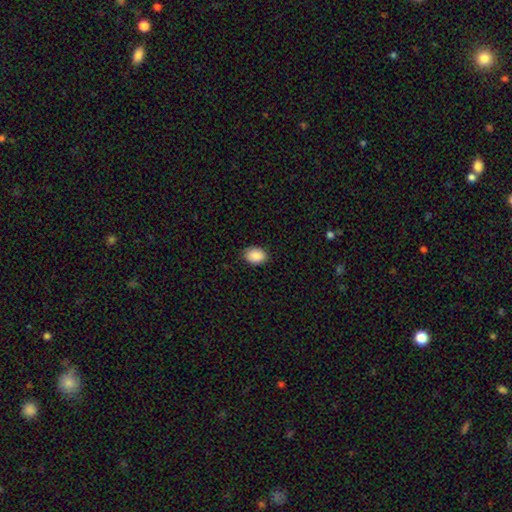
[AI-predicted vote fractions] smooth-or-featured: smooth: 89% | star or artifact: 8% | featured or disk: 4%
  how-rounded: in between: 72% | round: 27% | cigar-shaped: 1%
  merging: none: 87% | minor disturbance: 10% | major disturbance: 2% | merger: 1%